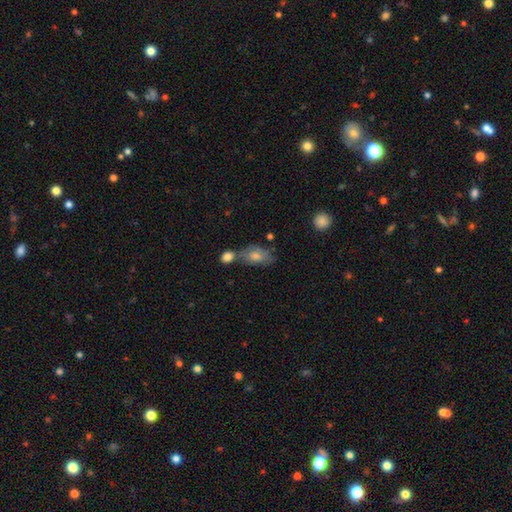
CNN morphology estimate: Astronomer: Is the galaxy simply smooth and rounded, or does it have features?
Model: smooth — 65%.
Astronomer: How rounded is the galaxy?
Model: in between — 84%.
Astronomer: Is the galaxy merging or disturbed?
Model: none — 42% (runner-up: merger, 34%).